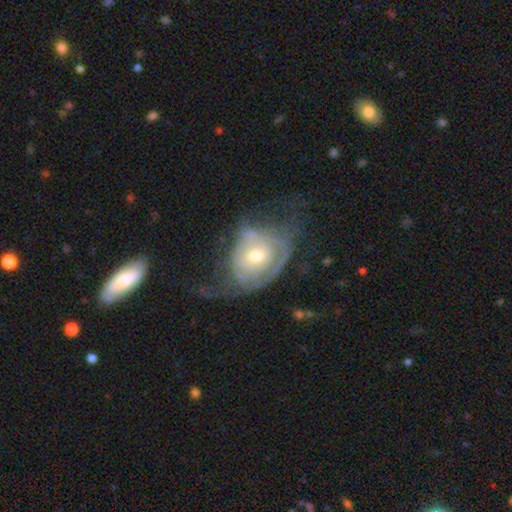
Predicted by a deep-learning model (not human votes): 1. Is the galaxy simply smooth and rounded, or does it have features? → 75% featured or disk, 19% smooth, 6% star or artifact.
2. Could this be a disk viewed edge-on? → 96% no, 4% yes.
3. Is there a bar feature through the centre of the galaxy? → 72% no, 23% weak, 5% strong.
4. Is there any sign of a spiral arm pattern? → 76% yes, 24% no.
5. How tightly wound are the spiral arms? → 56% tight, 28% medium, 16% loose.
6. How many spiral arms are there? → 42% can't tell, 30% 2, 13% 1, 9% 3, 3% 4, 3% more than 4.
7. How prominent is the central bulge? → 63% moderate, 30% small, 5% large, 1% none, 1% dominant.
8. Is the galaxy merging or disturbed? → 37% major disturbance (tied), 37% none (tied), 23% minor disturbance, 4% merger.